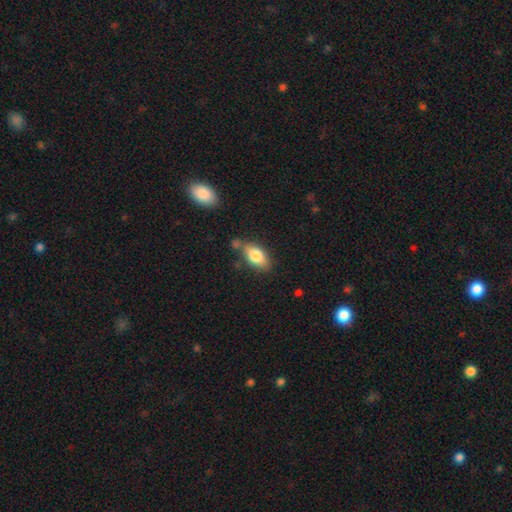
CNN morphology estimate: type=smooth (79%); roundness=in between (89%); merging=none (67%).